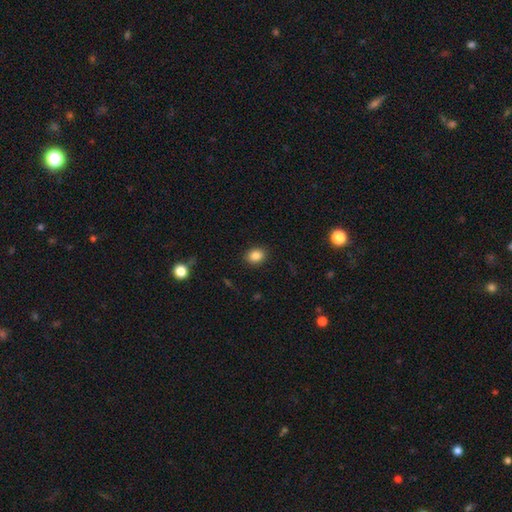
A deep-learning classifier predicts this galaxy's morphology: A smooth galaxy with no disk features (85%) that is in between round and cigar-shaped (51%).

Vote fractions:
- Smooth or featured? smooth: 85% / star or artifact: 10% / featured or disk: 5%
- How rounded? in between: 51% / round: 48% / cigar-shaped: 1%
- Merging? none: 89% / minor disturbance: 8% / major disturbance: 2% / merger: 1%